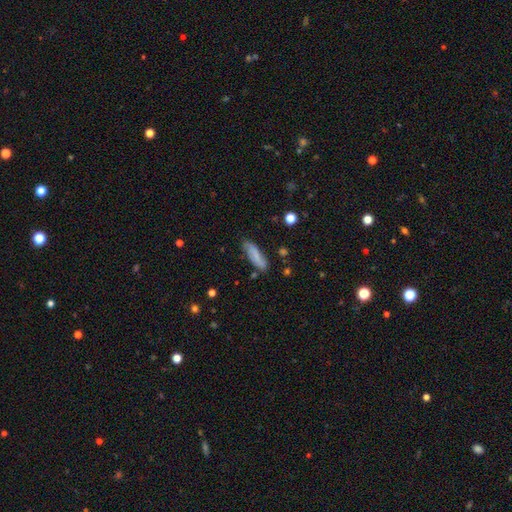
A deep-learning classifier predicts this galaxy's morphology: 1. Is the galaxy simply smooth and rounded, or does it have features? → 71% smooth, 21% featured or disk, 7% star or artifact.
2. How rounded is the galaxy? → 61% cigar-shaped, 37% in between, 2% round.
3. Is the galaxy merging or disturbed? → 79% none, 16% minor disturbance, 3% major disturbance, 2% merger.